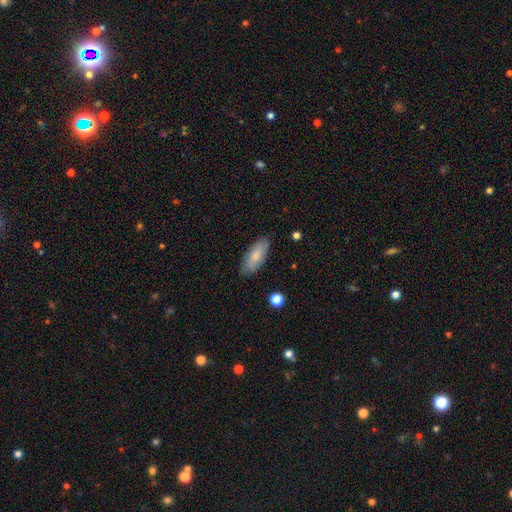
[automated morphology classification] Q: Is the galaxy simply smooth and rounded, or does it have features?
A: smooth — 74%.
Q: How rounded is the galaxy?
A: in between — 82%.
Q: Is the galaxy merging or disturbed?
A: none — 83%.